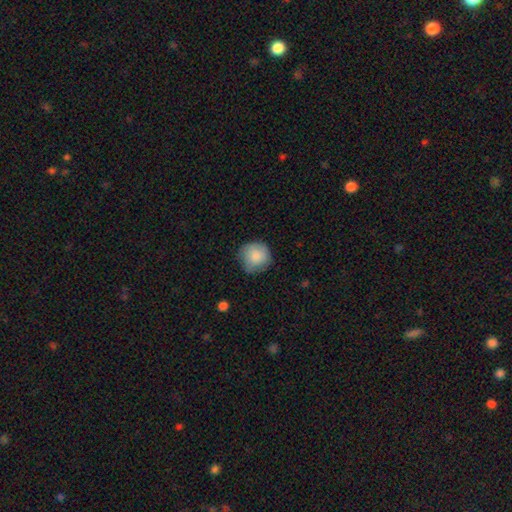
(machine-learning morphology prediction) Q: Smooth or featured?
A: smooth (82%); runner-up: featured or disk (11%)
Q: How rounded?
A: round (92%); runner-up: in between (8%)
Q: Merging?
A: none (70%); runner-up: minor disturbance (24%)